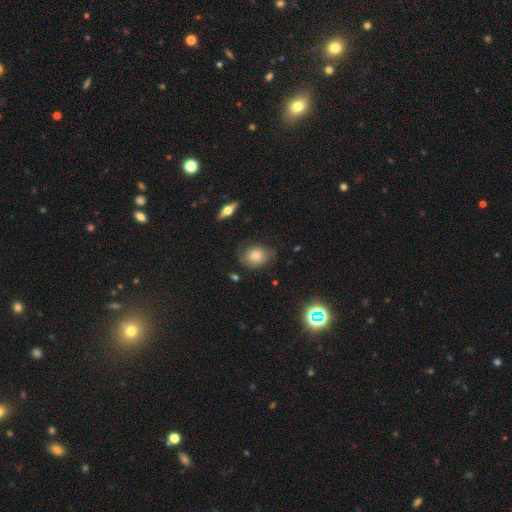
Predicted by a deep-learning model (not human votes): Smooth or featured: smooth — 66% (featured or disk — 23%)
How rounded: round — 50% (in between — 49%)
Merging: none — 68% (minor disturbance — 23%)